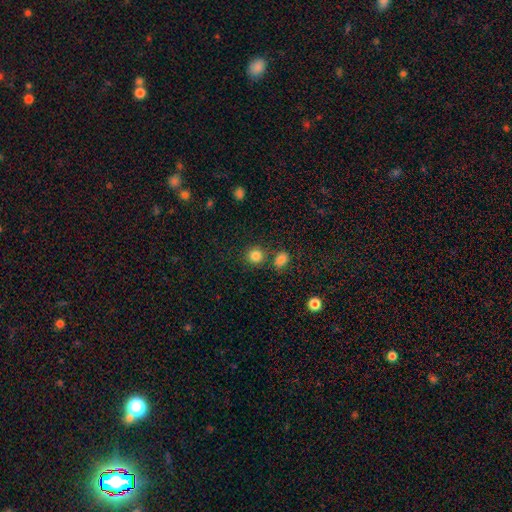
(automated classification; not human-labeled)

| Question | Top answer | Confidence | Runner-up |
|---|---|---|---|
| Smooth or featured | smooth | 84% | star or artifact (11%) |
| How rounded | round | 90% | in between (9%) |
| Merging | none | 77% | merger (12%) |